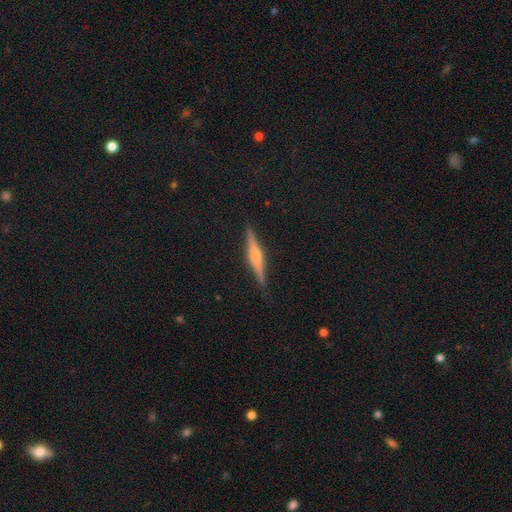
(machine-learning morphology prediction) Smooth or featured? Predicted: featured or disk (p=0.69). Edge-on disk? Predicted: yes (p=0.97). Edge-on bulge? Predicted: rounded (p=0.72). Merging? Predicted: none (p=0.89).